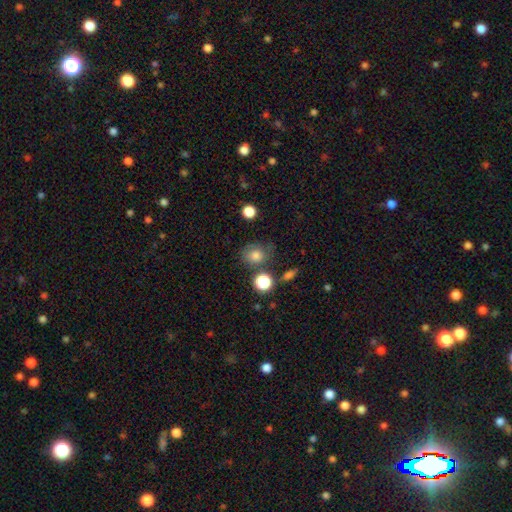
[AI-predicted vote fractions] The model was most divided on "how rounded": round: 68%, in between: 31%, cigar-shaped: 1%. More confident: smooth or featured — smooth (76%); merging — none (65%).